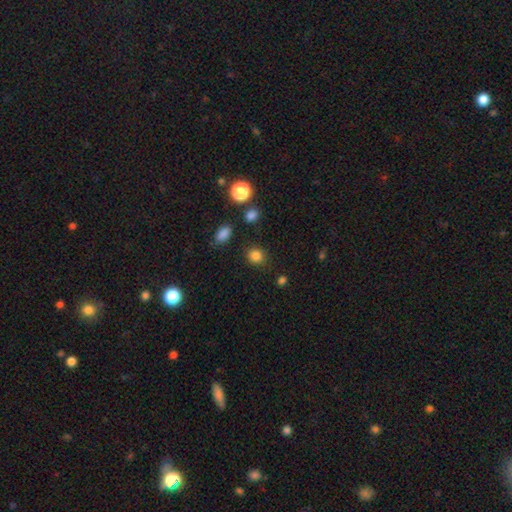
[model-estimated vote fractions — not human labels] Smooth or featured: smooth — 83% (star or artifact — 13%)
How rounded: round — 81% (in between — 18%)
Merging: none — 86% (minor disturbance — 8%)